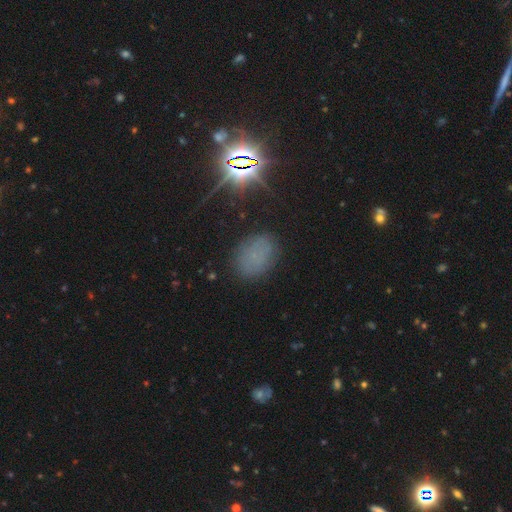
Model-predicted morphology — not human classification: Smooth or featured?
  - smooth: 54% *
  - star or artifact: 34%
  - featured or disk: 12%
How rounded?
  - in between: 73% *
  - round: 26%
  - cigar-shaped: 2%
Merging?
  - none: 78% *
  - minor disturbance: 15%
  - major disturbance: 6%
  - merger: 2%